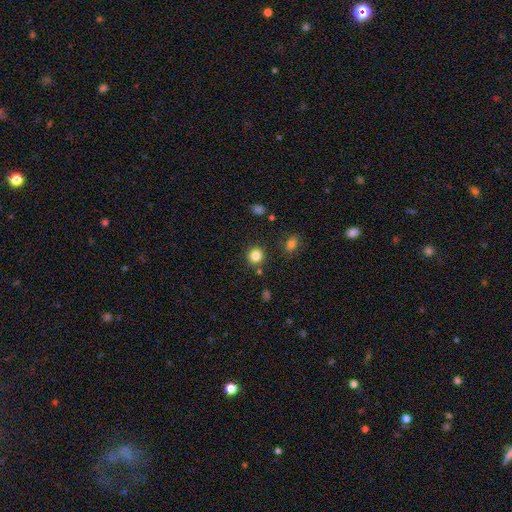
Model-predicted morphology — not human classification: Q: Smooth or featured?
A: smooth (83%); runner-up: star or artifact (12%)
Q: How rounded?
A: round (91%); runner-up: in between (8%)
Q: Merging?
A: none (88%); runner-up: minor disturbance (7%)